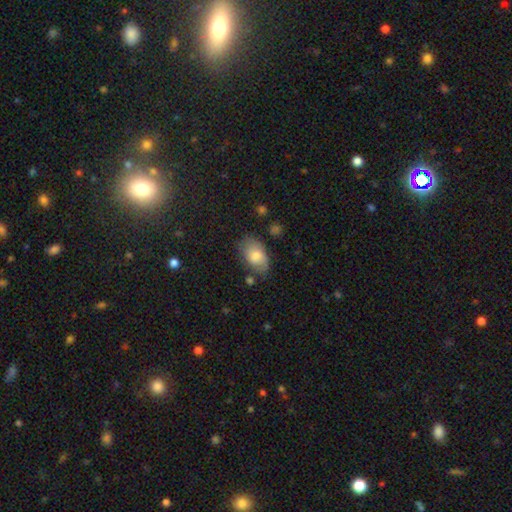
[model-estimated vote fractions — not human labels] A smooth galaxy with no disk features (72%) that is in between round and cigar-shaped (91%).

Vote fractions:
- Smooth or featured? smooth: 72% / featured or disk: 20% / star or artifact: 8%
- How rounded? in between: 91% / round: 8% / cigar-shaped: 1%
- Merging? none: 64% / minor disturbance: 25% / major disturbance: 7% / merger: 3%